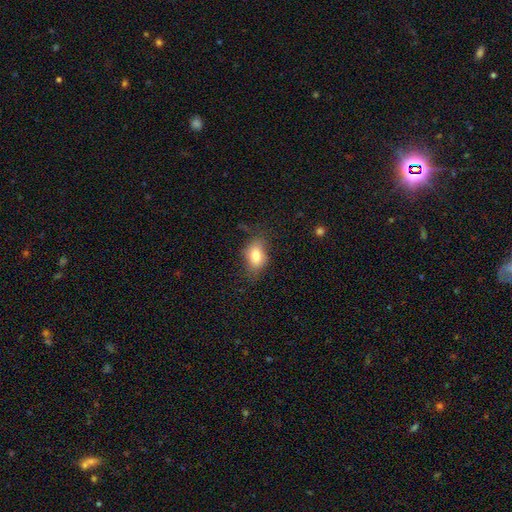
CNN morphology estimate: This appears to be a smooth galaxy with no disk features (79%) that is in between round and cigar-shaped (83%). Merging: none (69%).